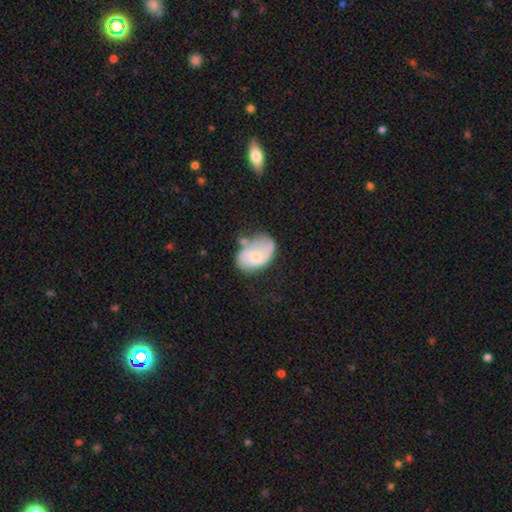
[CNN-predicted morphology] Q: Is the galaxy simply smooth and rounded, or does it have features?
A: smooth — 47%.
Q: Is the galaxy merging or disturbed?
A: none — 35%.